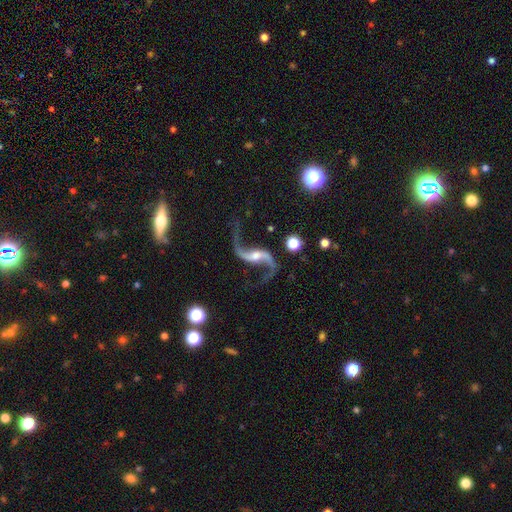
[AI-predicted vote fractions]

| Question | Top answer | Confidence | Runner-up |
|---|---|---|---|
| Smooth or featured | featured or disk | 92% | star or artifact (5%) |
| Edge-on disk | no | 96% | yes (4%) |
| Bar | weak | 36% | tied: no (36%) |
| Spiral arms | yes | 98% | no (2%) |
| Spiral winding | loose | 92% | medium (6%) |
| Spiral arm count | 2 | 95% | 1 (1%) |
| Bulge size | moderate | 48% | small (37%) |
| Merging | none | 77% | minor disturbance (12%) |